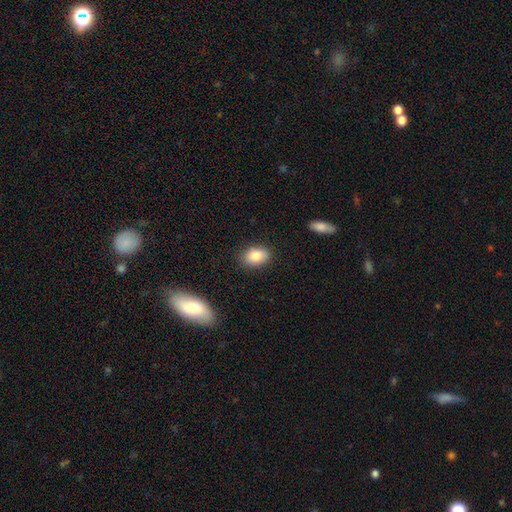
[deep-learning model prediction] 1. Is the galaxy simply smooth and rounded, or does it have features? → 85% smooth, 8% star or artifact, 8% featured or disk.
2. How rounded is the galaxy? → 83% in between, 15% round, 1% cigar-shaped.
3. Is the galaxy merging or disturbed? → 86% none, 11% minor disturbance, 2% major disturbance, 2% merger.